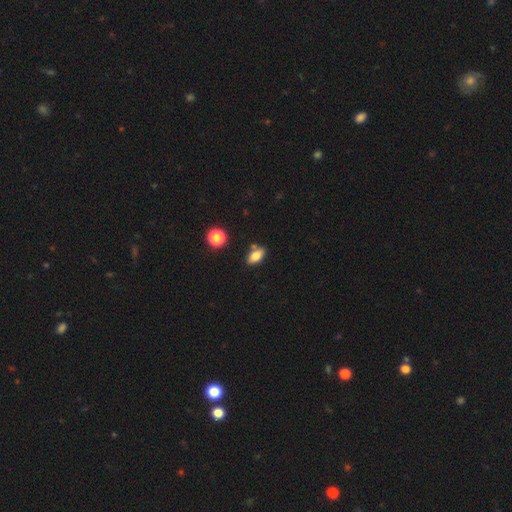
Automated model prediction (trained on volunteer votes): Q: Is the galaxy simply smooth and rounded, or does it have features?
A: smooth — 78%.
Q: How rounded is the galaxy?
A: in between — 86%.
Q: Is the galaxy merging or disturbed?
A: none — 76%.